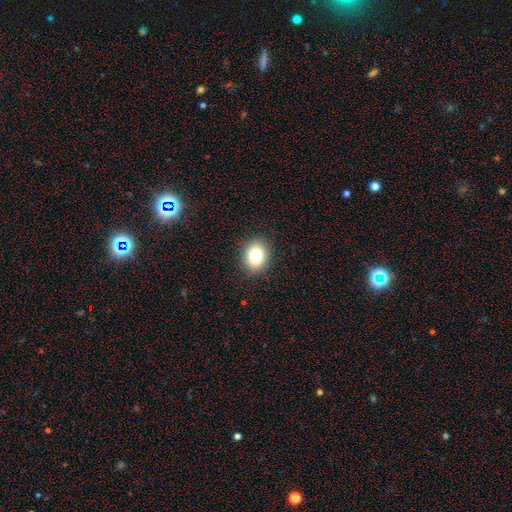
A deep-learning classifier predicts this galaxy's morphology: smooth-or-featured: smooth: 81% | star or artifact: 10% | featured or disk: 9%
  how-rounded: in between: 51% | round: 48% | cigar-shaped: 1%
  merging: none: 89% | minor disturbance: 8% | major disturbance: 2% | merger: 1%